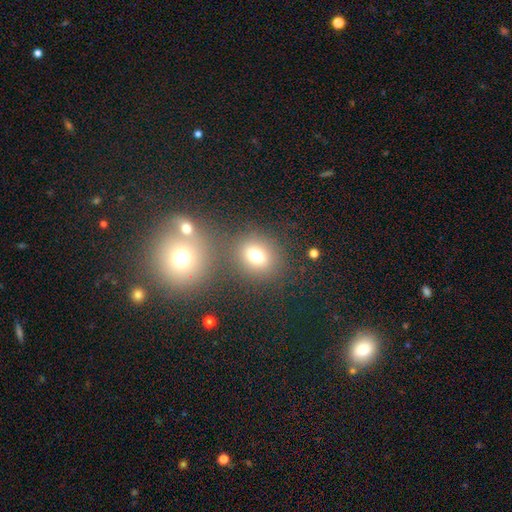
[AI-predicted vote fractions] Smooth or featured? Predicted: smooth (p=0.73). How rounded? Predicted: round (p=0.64). Merging? Predicted: none (p=0.71).